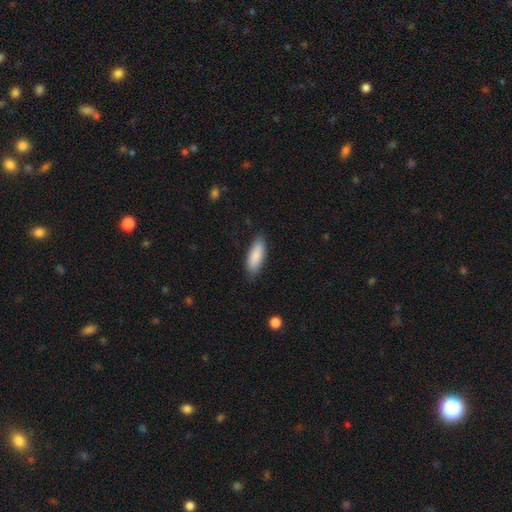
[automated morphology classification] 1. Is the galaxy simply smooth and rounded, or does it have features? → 87% smooth, 8% featured or disk, 6% star or artifact.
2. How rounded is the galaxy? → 70% in between, 28% cigar-shaped, 2% round.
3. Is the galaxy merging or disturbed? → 82% none, 14% minor disturbance, 3% major disturbance, 1% merger.